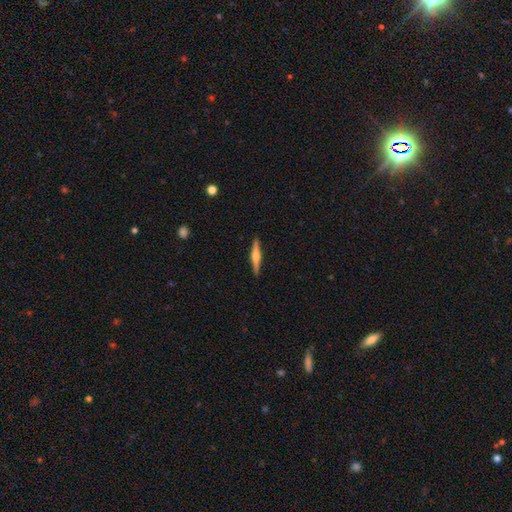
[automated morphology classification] This appears to be a featured or disk galaxy (66%) viewed edge-on (98%) with a rounded central bulge (88%). Merging: none (91%).